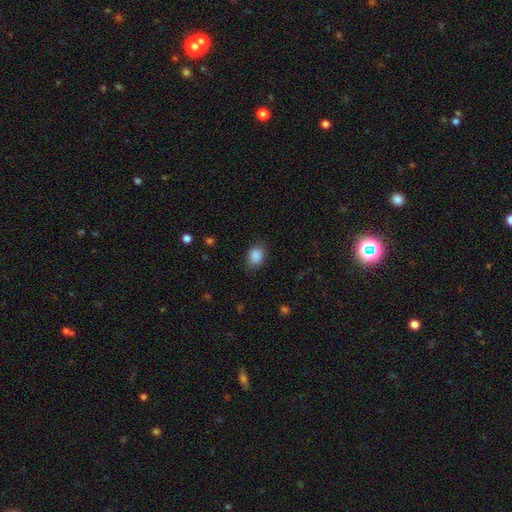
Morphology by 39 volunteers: Smooth or featured? smooth (85%)
How rounded? in between (61%)
Merging? none (83%)